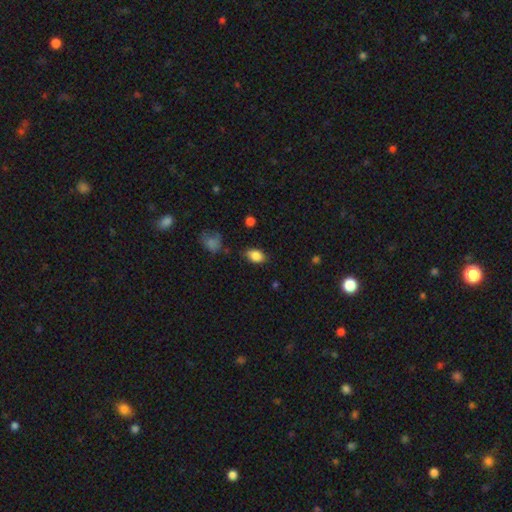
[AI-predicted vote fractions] Morphology: type=smooth (85%); roundness=in between (84%); merging=none (78%).